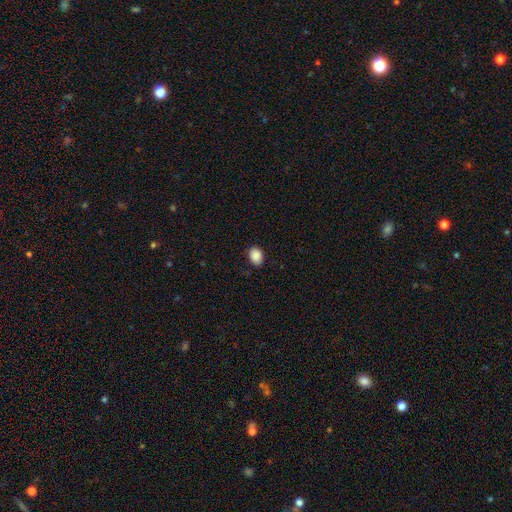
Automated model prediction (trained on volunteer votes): Smooth or featured? Predicted: smooth (p=0.89). How rounded? Predicted: in between (p=0.68). Merging? Predicted: none (p=0.85).